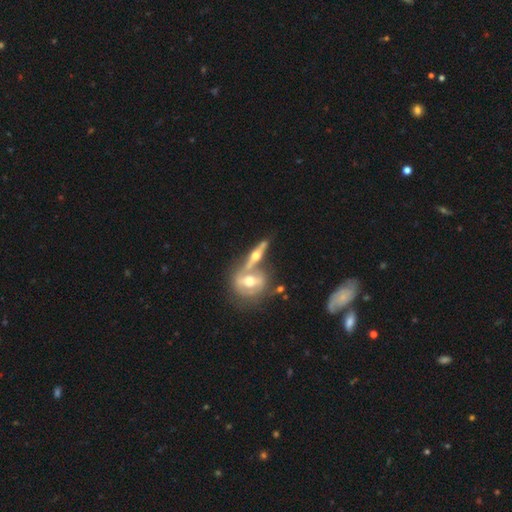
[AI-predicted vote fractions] Smooth or featured: featured or disk — 74% (smooth — 20%)
Edge-on disk: yes — 89% (no — 11%)
Edge-on bulge: rounded — 95% (boxy — 3%)
Merging: none — 49% (merger — 38%)